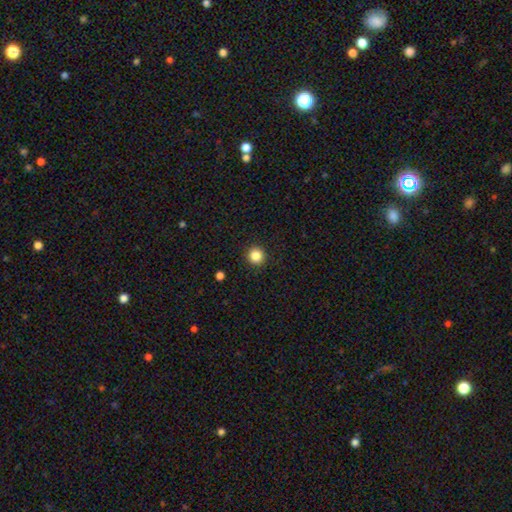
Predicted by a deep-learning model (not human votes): smooth_or_featured: smooth (p=0.85) [alt: star or artifact p=0.11]
how_rounded: round (p=0.95) [alt: in between p=0.04]
merging: none (p=0.93) [alt: minor disturbance p=0.05]